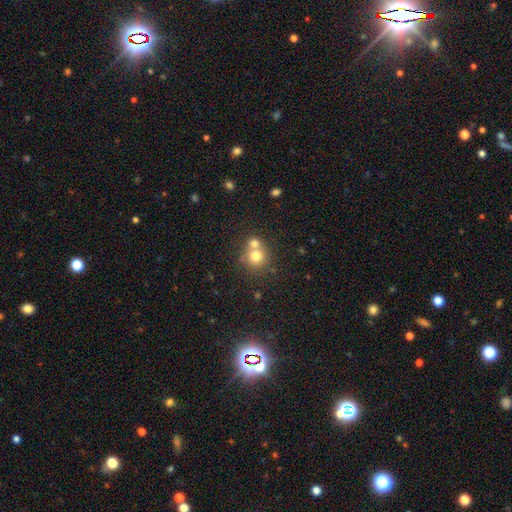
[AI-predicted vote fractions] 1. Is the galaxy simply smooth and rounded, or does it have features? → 73% smooth, 14% featured or disk, 13% star or artifact.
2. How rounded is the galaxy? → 87% round, 12% in between, 1% cigar-shaped.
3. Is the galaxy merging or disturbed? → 46% merger, 45% none, 6% minor disturbance, 3% major disturbance.